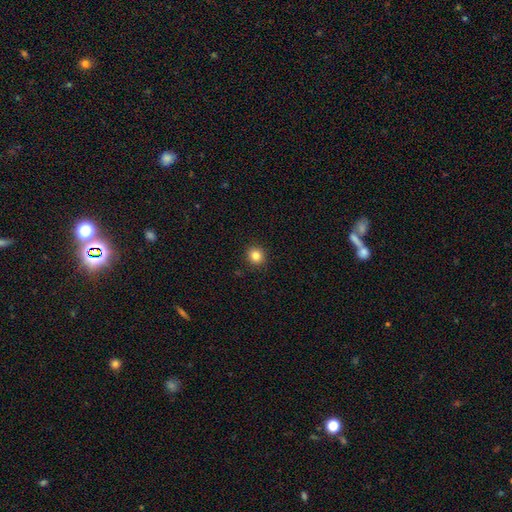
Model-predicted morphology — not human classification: Q: Smooth or featured?
A: smooth (84%); runner-up: star or artifact (11%)
Q: How rounded?
A: round (88%); runner-up: in between (11%)
Q: Merging?
A: none (92%); runner-up: minor disturbance (5%)